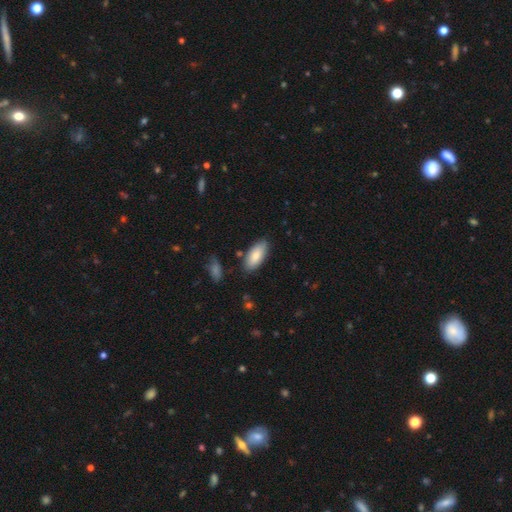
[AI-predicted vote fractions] A smooth galaxy with no disk features (82%) that is in between round and cigar-shaped (88%).

Vote fractions:
- Smooth or featured? smooth: 82% / featured or disk: 12% / star or artifact: 6%
- How rounded? in between: 88% / cigar-shaped: 11% / round: 2%
- Merging? none: 82% / minor disturbance: 13% / merger: 3% / major disturbance: 2%